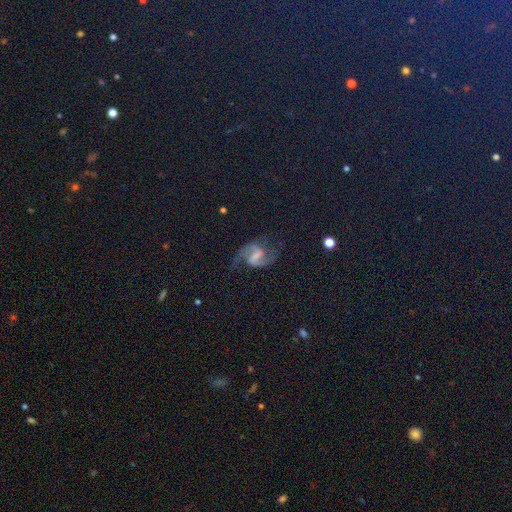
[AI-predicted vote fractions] smooth-or-featured: featured or disk: 85% | star or artifact: 8% | smooth: 6%
  disk-edge-on: no: 98% | yes: 2%
    bar: strong: 44% (tied) | weak: 44% (tied) | no: 12%
    has-spiral-arms: yes: 96% | no: 4%
      spiral-winding: medium: 49% | loose: 41% | tight: 10%
      spiral-arm-count: 2: 94% | can't tell: 2% | 1: 1% | 3: 1% | 4: 1% | more than 4: 1%
    bulge-size: none: 39% | small: 30% | moderate: 22% | large: 6% | dominant: 2%
  merging: none: 74% | minor disturbance: 14% | major disturbance: 10% | merger: 2%